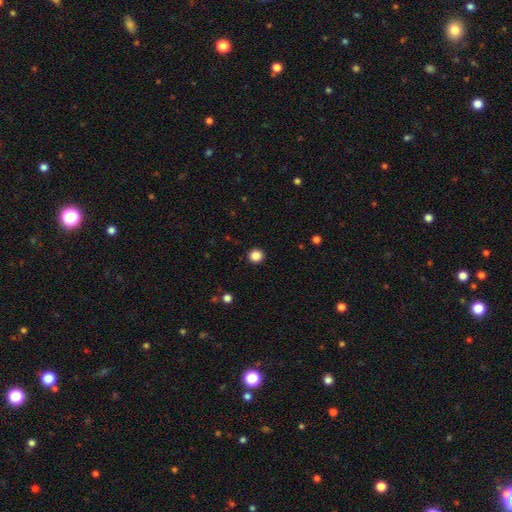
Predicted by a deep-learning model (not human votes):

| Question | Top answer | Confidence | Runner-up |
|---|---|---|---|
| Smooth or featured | smooth | 86% | star or artifact (11%) |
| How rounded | round | 93% | in between (6%) |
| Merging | none | 93% | minor disturbance (4%) |